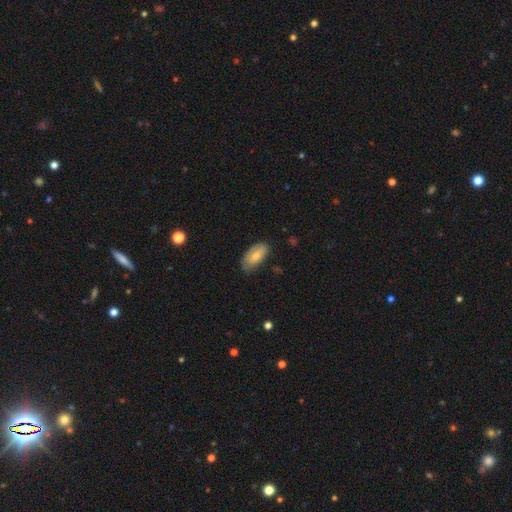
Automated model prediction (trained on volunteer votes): Smooth or featured?
  - smooth: 70% *
  - featured or disk: 23%
  - star or artifact: 6%
How rounded?
  - in between: 93% *
  - cigar-shaped: 4%
  - round: 3%
Merging?
  - none: 70% *
  - minor disturbance: 25%
  - major disturbance: 4%
  - merger: 1%